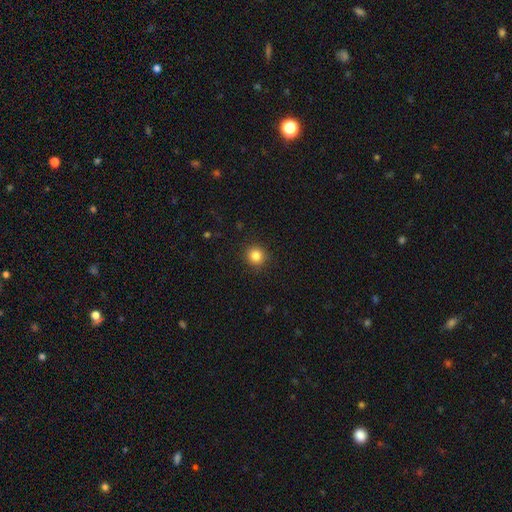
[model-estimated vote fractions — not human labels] smooth_or_featured: smooth (p=0.84) [alt: star or artifact p=0.11]
how_rounded: round (p=0.92) [alt: in between p=0.07]
merging: none (p=0.91) [alt: minor disturbance p=0.06]